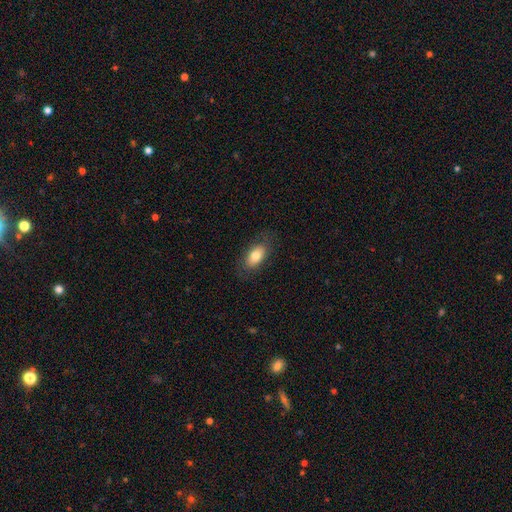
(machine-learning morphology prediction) A smooth galaxy with no disk features (78%) that is in between round and cigar-shaped (90%).

Vote fractions:
- Smooth or featured? smooth: 78% / featured or disk: 15% / star or artifact: 7%
- How rounded? in between: 90% / round: 6% / cigar-shaped: 5%
- Merging? none: 83% / minor disturbance: 13% / major disturbance: 4% / merger: 1%